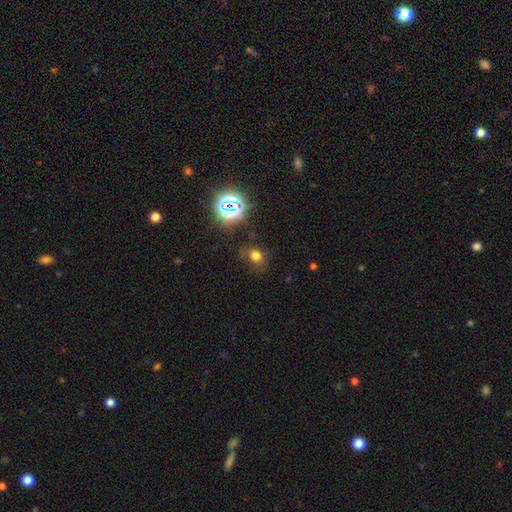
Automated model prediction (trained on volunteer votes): smooth-or-featured: smooth: 67% | star or artifact: 26% | featured or disk: 8%
  how-rounded: in between: 50% | round: 48% | cigar-shaped: 1%
  merging: none: 73% | minor disturbance: 17% | major disturbance: 7% | merger: 2%